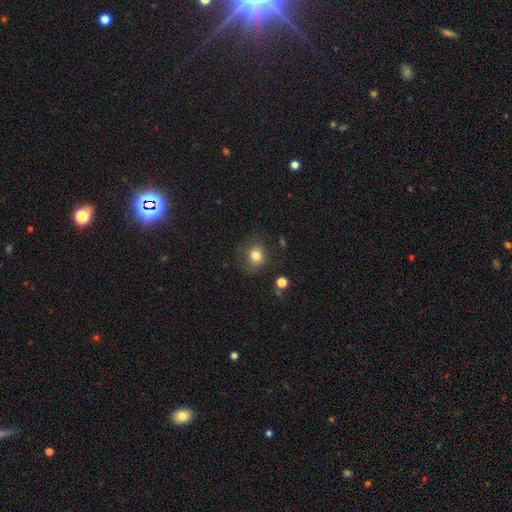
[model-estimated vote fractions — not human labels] The model was most divided on "how rounded": round: 67%, in between: 32%, cigar-shaped: 1%. More confident: smooth or featured — smooth (80%); merging — none (70%).